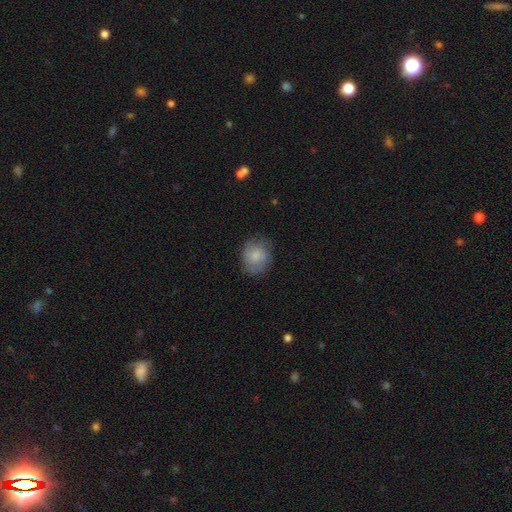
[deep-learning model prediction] A smooth galaxy with no disk features (66%) that is round (64%). Merging: none (74%).